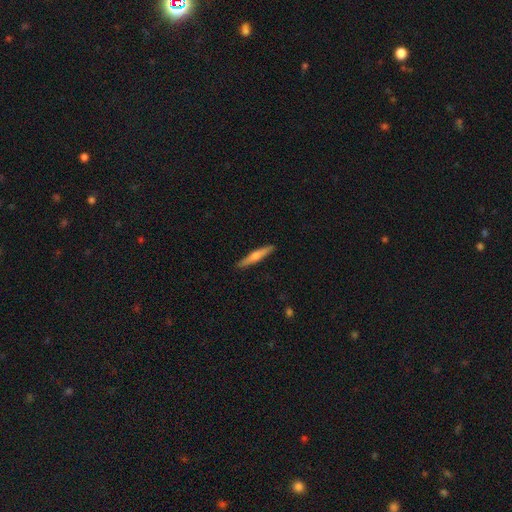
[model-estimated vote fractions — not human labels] This appears to be a featured or disk galaxy (50%) viewed edge-on (96%). Merging: none (91%).